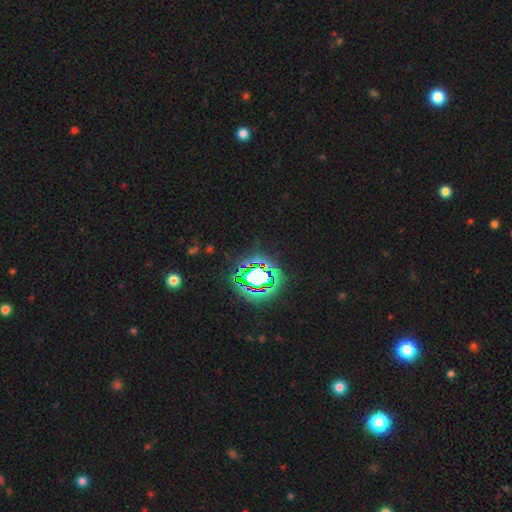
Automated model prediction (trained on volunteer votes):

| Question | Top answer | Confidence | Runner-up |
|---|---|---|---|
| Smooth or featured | star or artifact | 81% | smooth (12%) |